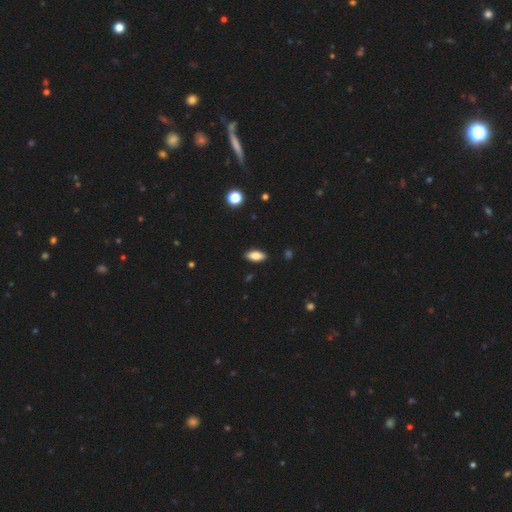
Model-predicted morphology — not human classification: type=smooth (82%); roundness=in between (89%); merging=none (88%).